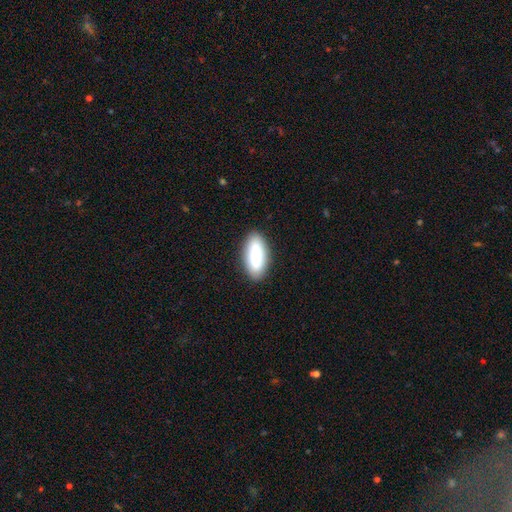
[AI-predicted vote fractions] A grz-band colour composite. It shows a smooth galaxy with no disk features (83%) that is in between round and cigar-shaped (85%). Merging: none (84%).